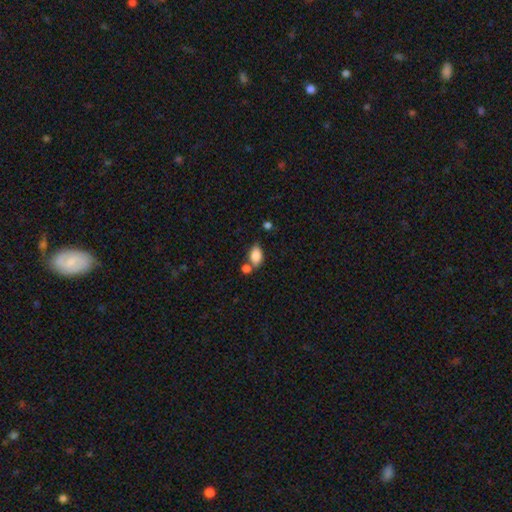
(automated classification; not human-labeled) Morphology: type=smooth (84%); roundness=in between (91%); merging=none (55%).